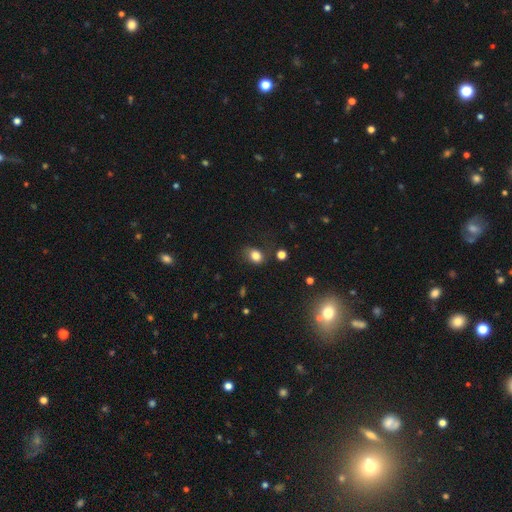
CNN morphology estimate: A smooth galaxy with no disk features (81%) that is in between round and cigar-shaped (60%). Merging: none (62%).